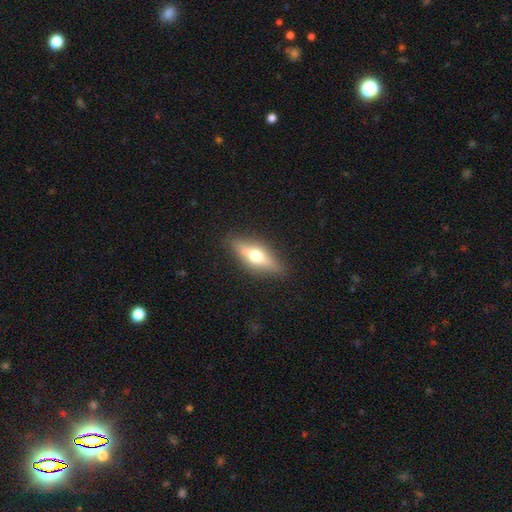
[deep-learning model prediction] A smooth galaxy with no disk features (47%).

Vote fractions:
- Smooth or featured? smooth: 47% / featured or disk: 45% / star or artifact: 7%
- Merging? none: 85% / minor disturbance: 11% / major disturbance: 3% / merger: 1%